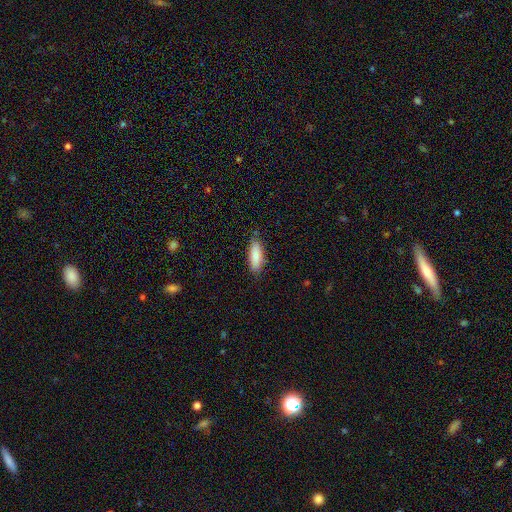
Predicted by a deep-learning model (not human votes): Smooth or featured: smooth — 86% (featured or disk — 8%)
How rounded: in between — 65% (cigar-shaped — 33%)
Merging: none — 82% (minor disturbance — 14%)